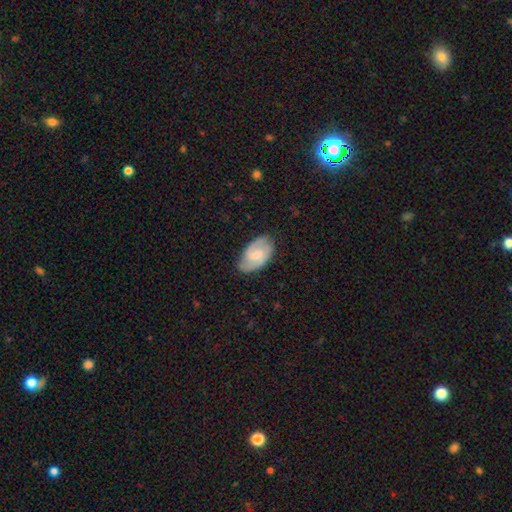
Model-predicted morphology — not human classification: smooth_or_featured: featured or disk (p=0.69) [alt: smooth p=0.25]
disk_edge_on: no (p=0.96) [alt: yes p=0.04]
bar: weak (p=0.51) [alt: no p=0.40]
has_spiral_arms: yes (p=0.93) [alt: no p=0.07]
spiral_winding: medium (p=0.48) [alt: tight p=0.38]
spiral_arm_count: 2 (p=0.80) [alt: can't tell p=0.11]
bulge_size: small (p=0.49) [alt: moderate p=0.38]
merging: none (p=0.74) [alt: minor disturbance p=0.20]